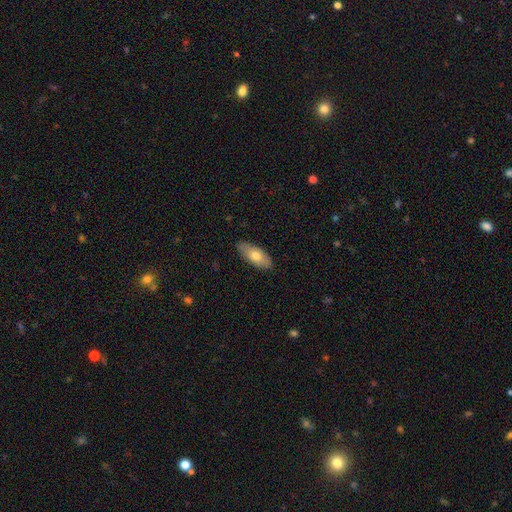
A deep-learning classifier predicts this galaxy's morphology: type=smooth (72%); roundness=in between (86%); merging=none (86%).